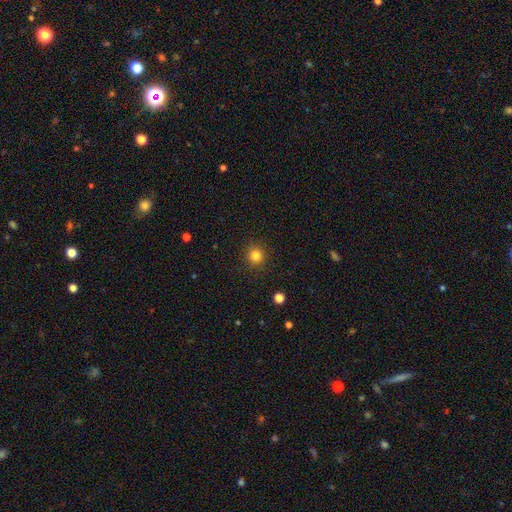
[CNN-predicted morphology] Smooth or featured? smooth (83%)
How rounded? round (92%)
Merging? none (90%)